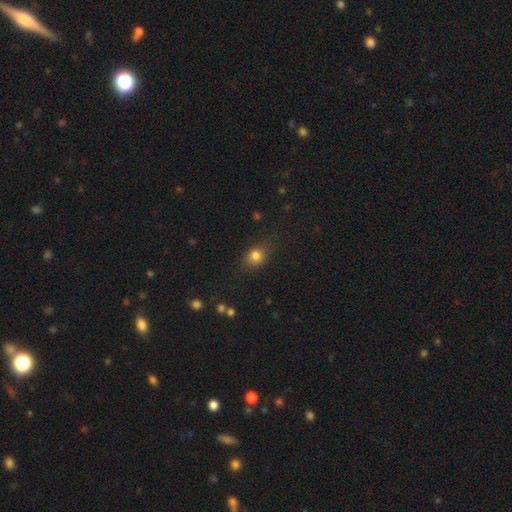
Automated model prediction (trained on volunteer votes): A smooth galaxy with no disk features (80%) that is round (55%).

Vote fractions:
- Smooth or featured? smooth: 80% / star or artifact: 12% / featured or disk: 8%
- How rounded? round: 55% / in between: 43% / cigar-shaped: 2%
- Merging? none: 73% / minor disturbance: 18% / major disturbance: 6% / merger: 2%